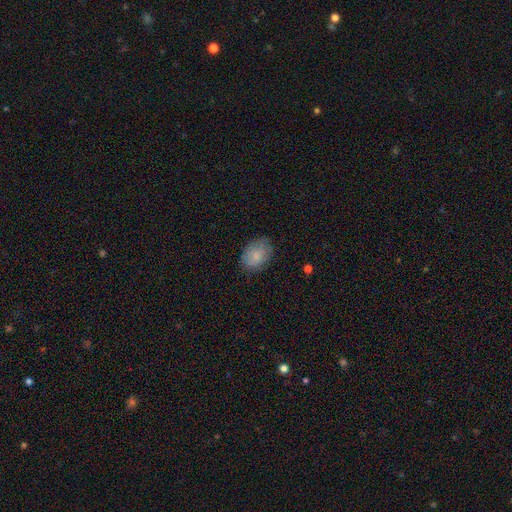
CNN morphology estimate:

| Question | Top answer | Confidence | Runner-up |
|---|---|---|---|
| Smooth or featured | smooth | 82% | featured or disk (11%) |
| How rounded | in between | 81% | round (18%) |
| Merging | none | 78% | minor disturbance (17%) |